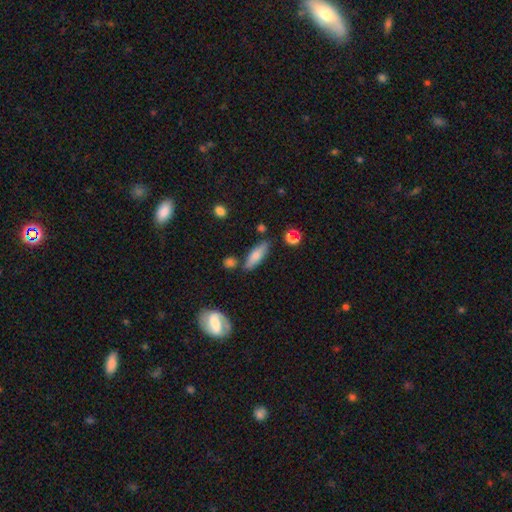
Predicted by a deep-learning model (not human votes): smooth_or_featured: smooth (p=0.75) [alt: featured or disk p=0.18]
how_rounded: cigar-shaped (p=0.50) [alt: in between p=0.47]
merging: none (p=0.76) [alt: minor disturbance p=0.14]